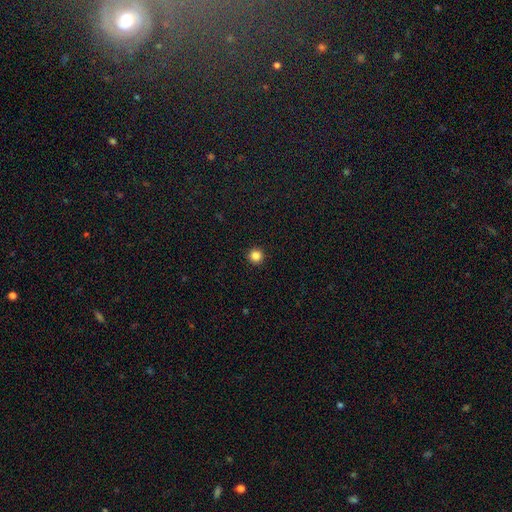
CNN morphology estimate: smooth 85%, star or artifact 12%, featured or disk 4%. Down the decision tree: how rounded — round (96%); merging — none (94%).